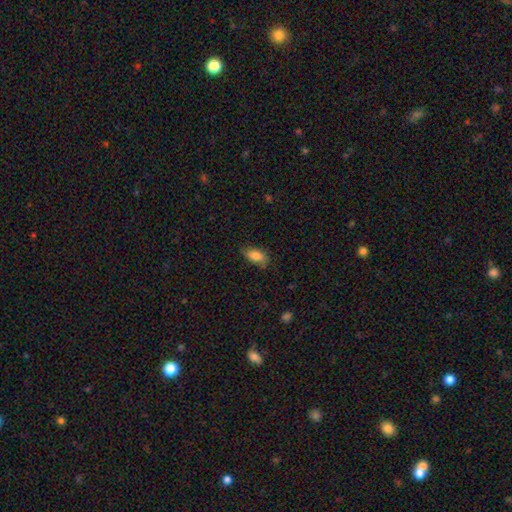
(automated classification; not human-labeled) Smooth or featured? smooth (79%)
How rounded? in between (86%)
Merging? none (68%)